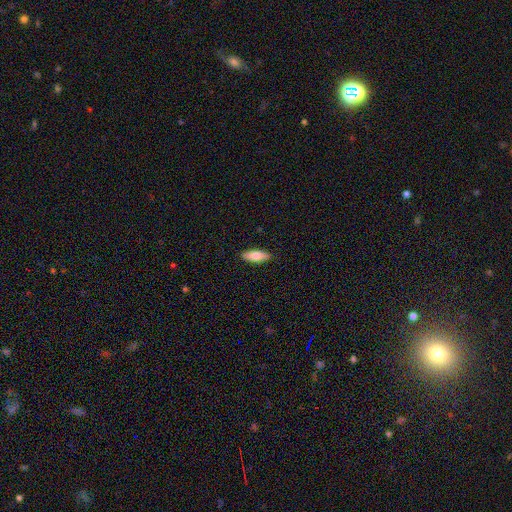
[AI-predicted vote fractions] Smooth or featured? smooth (80%)
How rounded? in between (65%)
Merging? none (89%)